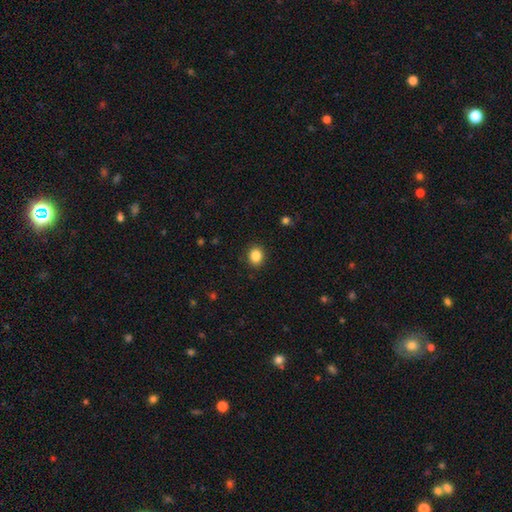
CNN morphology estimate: This appears to be a smooth galaxy with no disk features (86%) that is round (69%). Merging: none (90%).